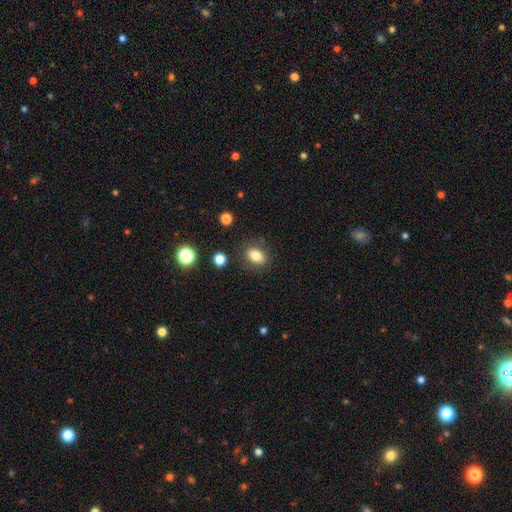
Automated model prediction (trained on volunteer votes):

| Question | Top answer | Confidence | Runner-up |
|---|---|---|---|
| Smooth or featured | smooth | 81% | star or artifact (10%) |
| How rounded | in between | 74% | round (24%) |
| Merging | none | 83% | minor disturbance (11%) |